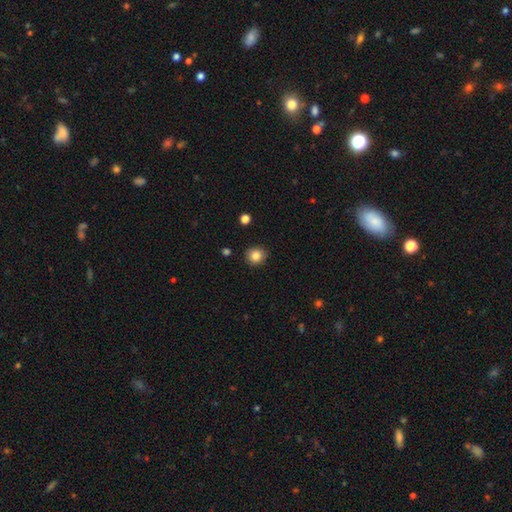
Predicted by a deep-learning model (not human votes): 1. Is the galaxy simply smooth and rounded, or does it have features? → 85% smooth, 10% star or artifact, 5% featured or disk.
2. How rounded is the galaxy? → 86% round, 13% in between, 1% cigar-shaped.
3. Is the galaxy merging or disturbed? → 89% none, 7% minor disturbance, 2% major disturbance, 1% merger.